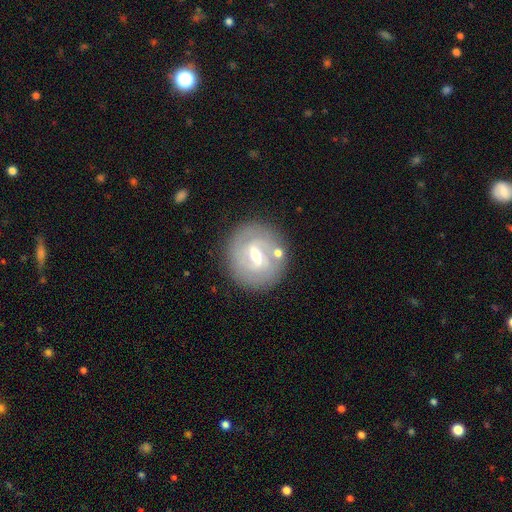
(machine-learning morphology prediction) The model was most divided on "bar": weak: 50%, strong: 37%, no: 13%. More confident: edge-on disk — no (95%); merging — none (80%); spiral arms — yes (78%); smooth or featured — featured or disk (76%); spiral winding — tight (59%); spiral arm count — 2 (56%); bulge size — moderate (54%).